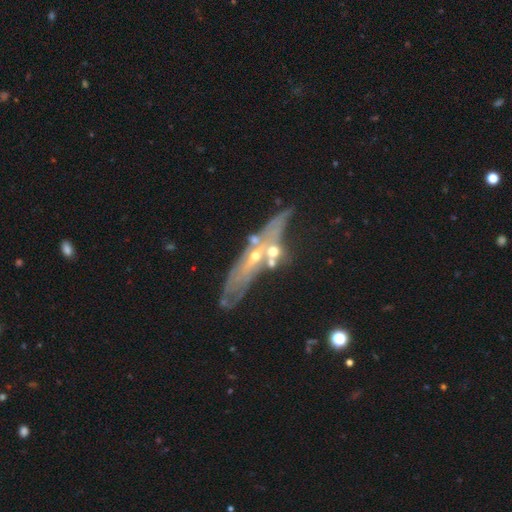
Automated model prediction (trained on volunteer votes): Morphology: type=featured or disk (66%); edge-on=no (53%); merging=none (52%).